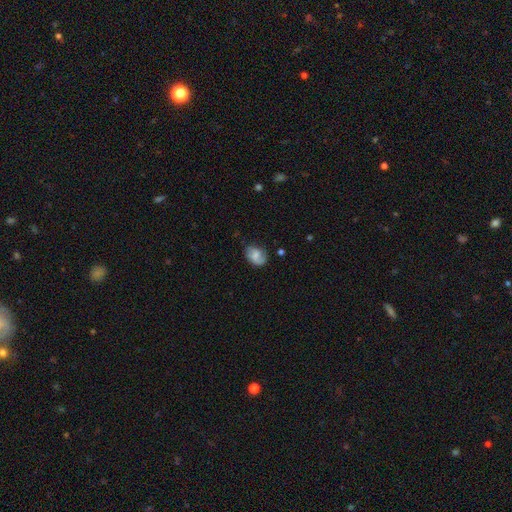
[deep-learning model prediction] Smooth or featured? smooth (57%)
How rounded? in between (75%)
Merging? none (63%)